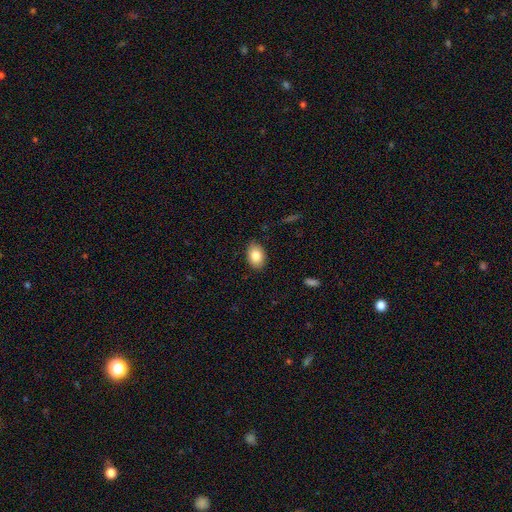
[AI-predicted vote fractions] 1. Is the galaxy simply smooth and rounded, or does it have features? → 84% smooth, 8% featured or disk, 8% star or artifact.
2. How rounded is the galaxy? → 84% in between, 15% round, 1% cigar-shaped.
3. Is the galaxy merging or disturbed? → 86% none, 10% minor disturbance, 2% major disturbance, 1% merger.